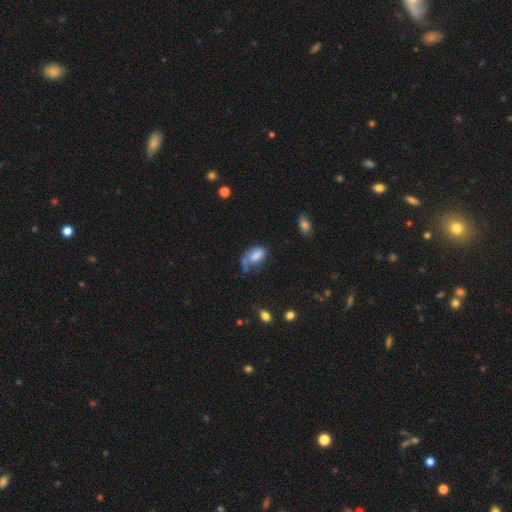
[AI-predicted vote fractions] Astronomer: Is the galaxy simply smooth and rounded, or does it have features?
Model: smooth — 72%.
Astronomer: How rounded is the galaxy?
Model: in between — 91%.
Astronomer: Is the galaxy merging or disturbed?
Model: none — 35% (runner-up: minor disturbance, 31%).